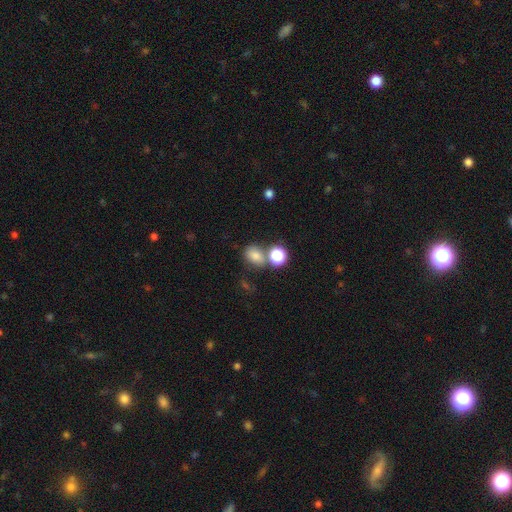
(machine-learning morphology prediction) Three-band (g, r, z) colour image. It shows a smooth galaxy with no disk features (76%) that is in between round and cigar-shaped (54%). Merging: none (57%).